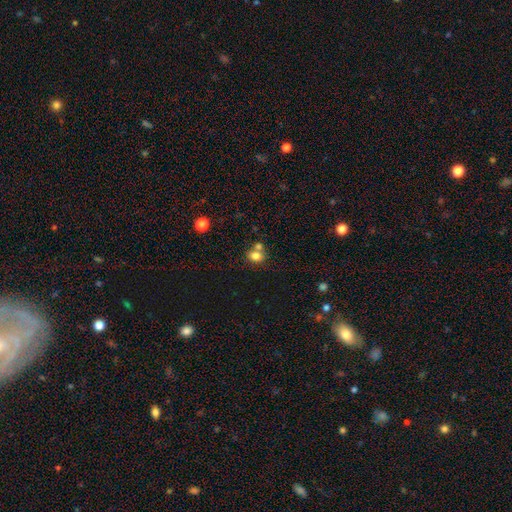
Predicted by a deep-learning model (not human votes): The model was most divided on "how rounded": in between: 50%, round: 48%, cigar-shaped: 1%. Remaining: smooth or featured — smooth (78%); merging — none (49%).